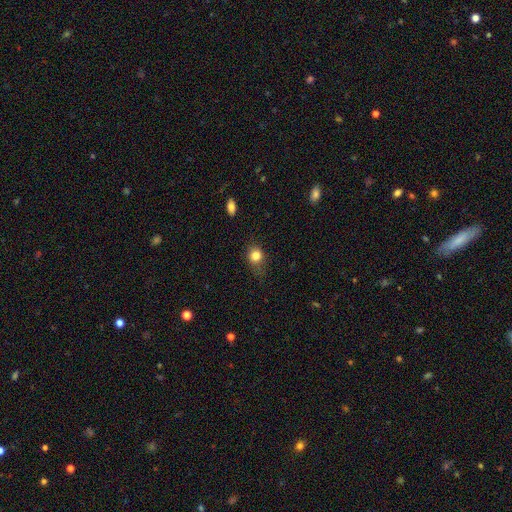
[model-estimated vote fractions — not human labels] The model was most divided on "how rounded": round: 66%, in between: 33%, cigar-shaped: 1%. More confident: smooth or featured — smooth (81%); merging — none (64%).